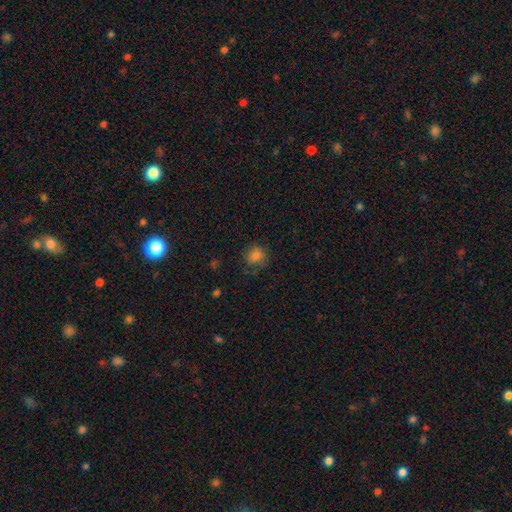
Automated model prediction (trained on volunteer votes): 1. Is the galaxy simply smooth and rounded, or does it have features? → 80% smooth, 13% star or artifact, 7% featured or disk.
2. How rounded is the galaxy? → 79% round, 20% in between, 1% cigar-shaped.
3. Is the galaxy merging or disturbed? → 74% none, 18% minor disturbance, 7% major disturbance, 2% merger.